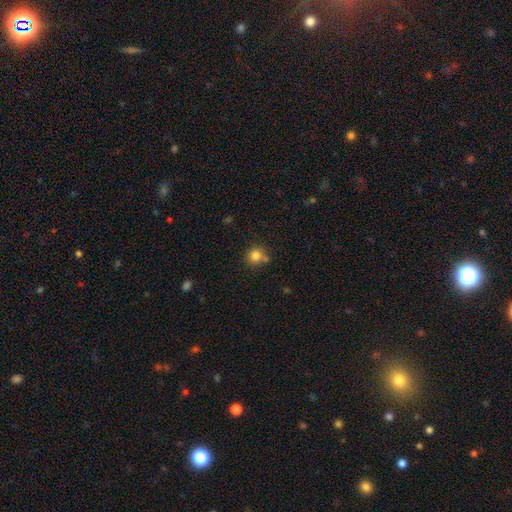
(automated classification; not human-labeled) This appears to be a smooth galaxy with no disk features (81%) that is round (90%). Merging: none (71%).